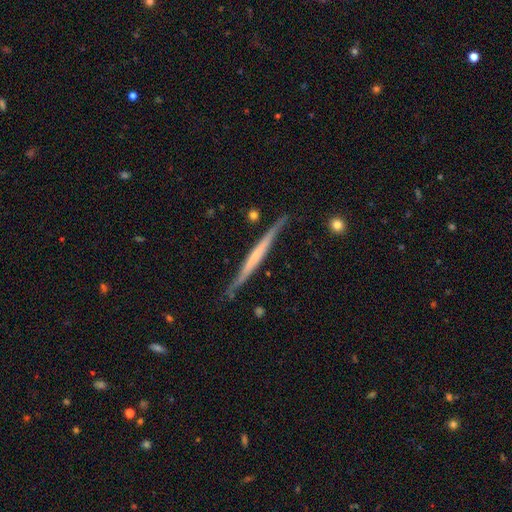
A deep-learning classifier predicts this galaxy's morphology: featured or disk 67%, smooth 28%, star or artifact 5%. Down the decision tree: edge-on disk — yes (97%); edge-on bulge — none (71%); merging — none (83%).